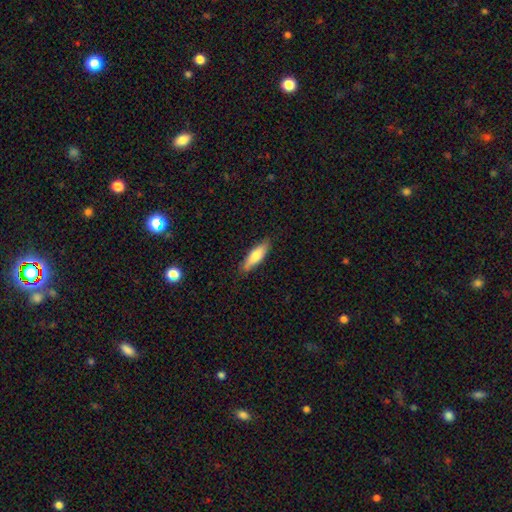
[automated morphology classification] smooth-or-featured: smooth: 74% | featured or disk: 20% | star or artifact: 6%
  how-rounded: cigar-shaped: 57% | in between: 41% | round: 2%
  merging: none: 83% | minor disturbance: 13% | major disturbance: 2% | merger: 1%